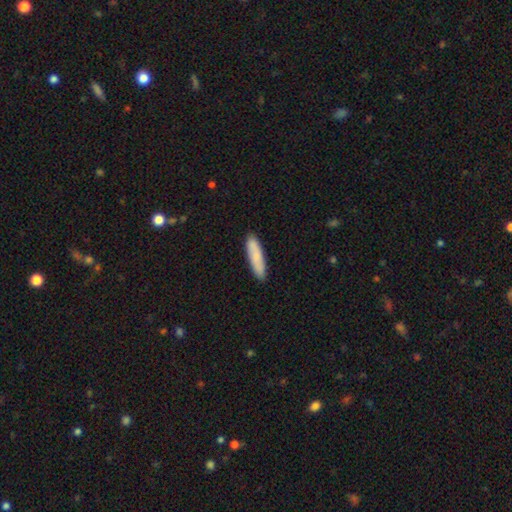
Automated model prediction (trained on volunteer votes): Smooth or featured?
  - smooth: 82% *
  - featured or disk: 13%
  - star or artifact: 6%
How rounded?
  - cigar-shaped: 76% *
  - in between: 22%
  - round: 1%
Merging?
  - none: 87% *
  - minor disturbance: 10%
  - major disturbance: 2%
  - merger: 1%